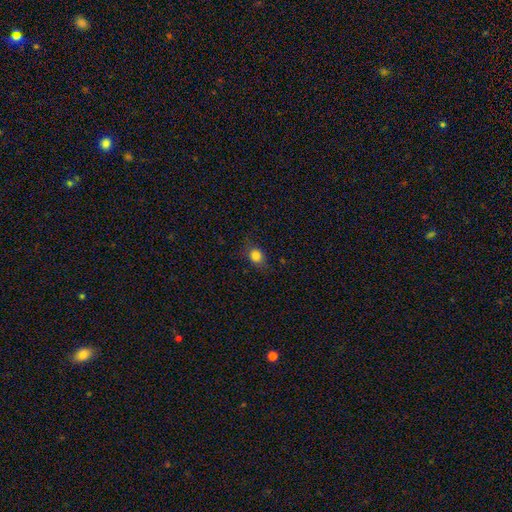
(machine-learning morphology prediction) Smooth or featured? smooth (82%)
How rounded? round (54%)
Merging? none (79%)